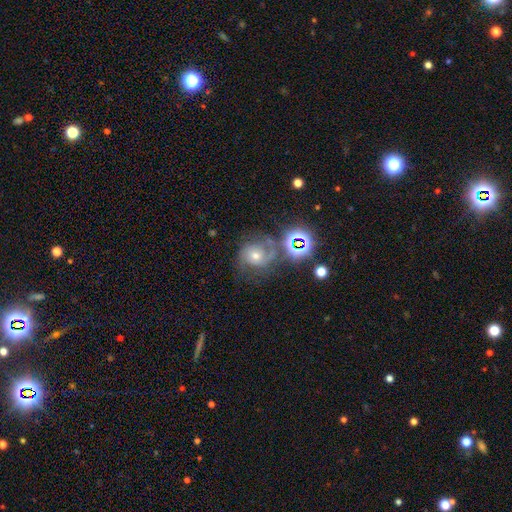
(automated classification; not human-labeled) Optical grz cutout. It shows a featured or disk galaxy (56%) with no bar (72%), spiral arms (89%) and a moderate central bulge (59%). Merging: none (55%).